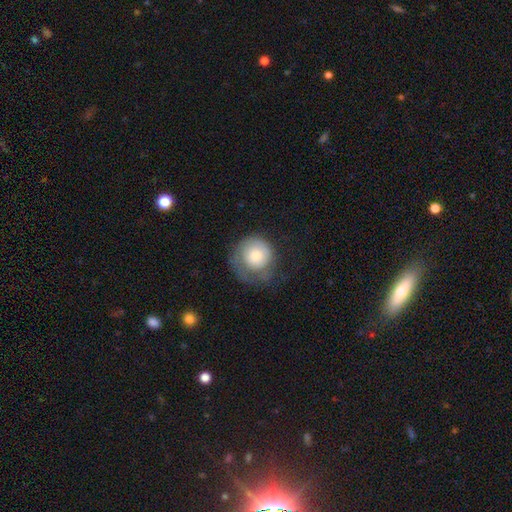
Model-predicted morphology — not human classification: A smooth galaxy with no disk features (64%) that is round (89%).

Vote fractions:
- Smooth or featured? smooth: 64% / featured or disk: 29% / star or artifact: 7%
- How rounded? round: 89% / in between: 10% / cigar-shaped: 1%
- Merging? none: 42% / minor disturbance: 28% / major disturbance: 28% / merger: 2%